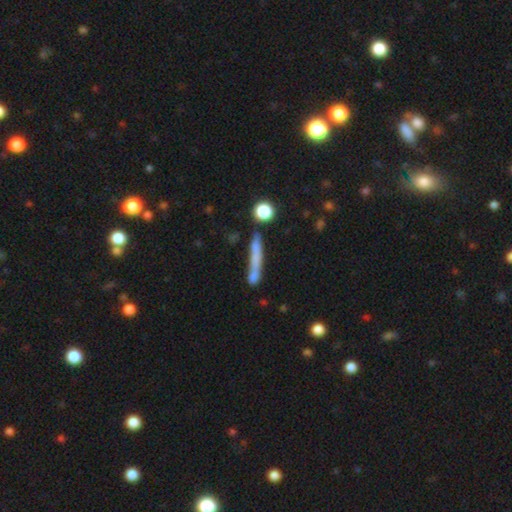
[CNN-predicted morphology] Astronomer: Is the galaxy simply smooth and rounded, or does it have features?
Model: smooth — 61%.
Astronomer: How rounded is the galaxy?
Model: cigar-shaped — 91%.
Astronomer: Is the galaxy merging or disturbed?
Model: none — 62%.